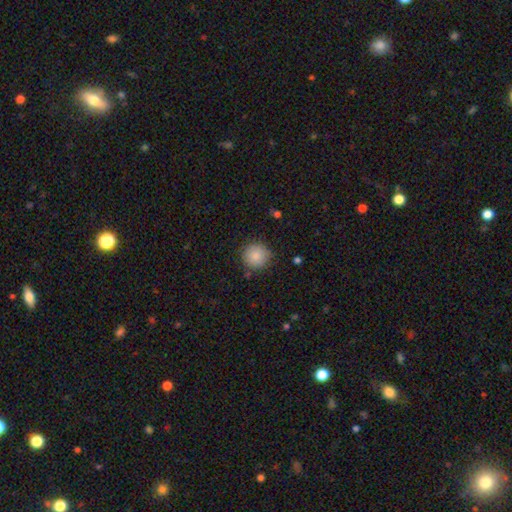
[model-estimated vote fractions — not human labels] Smooth or featured? smooth (87%)
How rounded? round (94%)
Merging? none (85%)